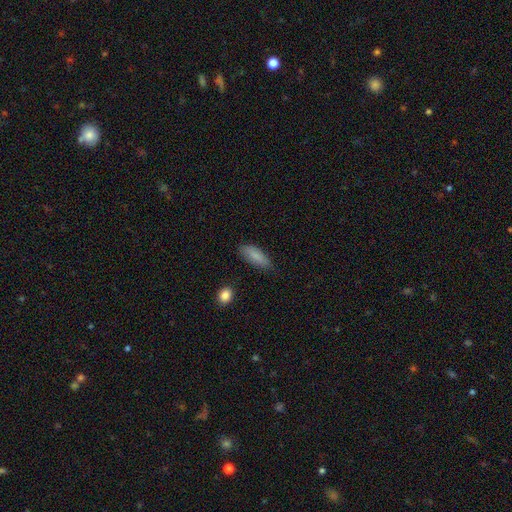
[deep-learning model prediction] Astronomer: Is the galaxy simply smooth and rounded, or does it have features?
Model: smooth — 85%.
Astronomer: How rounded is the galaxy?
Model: in between — 67%.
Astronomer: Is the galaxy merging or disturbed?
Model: none — 77%.